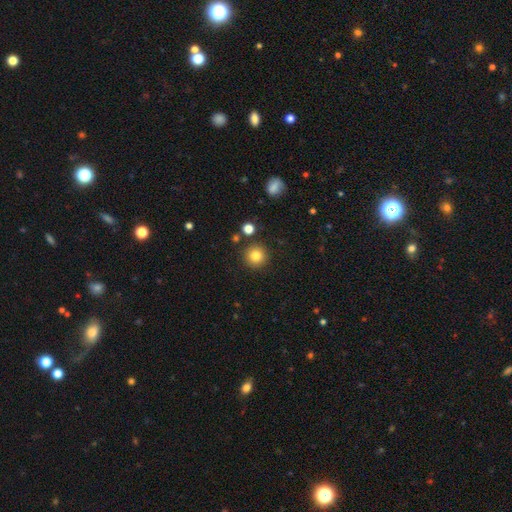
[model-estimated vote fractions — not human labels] Smooth or featured? Predicted: smooth (p=0.83). How rounded? Predicted: round (p=0.95). Merging? Predicted: none (p=0.89).